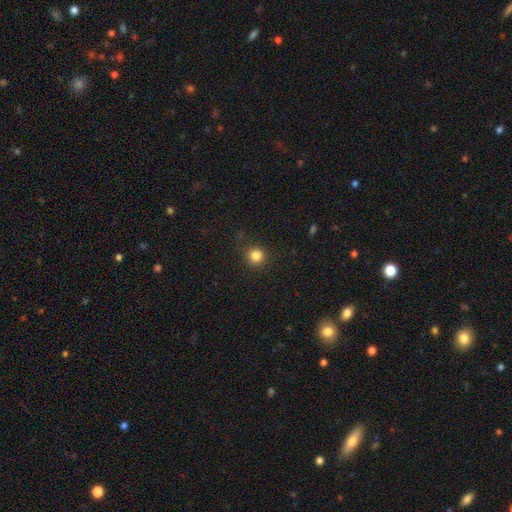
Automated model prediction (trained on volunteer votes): A smooth galaxy with no disk features (83%) that is round (93%).

Vote fractions:
- Smooth or featured? smooth: 83% / star or artifact: 12% / featured or disk: 5%
- How rounded? round: 93% / in between: 6% / cigar-shaped: 1%
- Merging? none: 88% / minor disturbance: 8% / major disturbance: 3% / merger: 1%